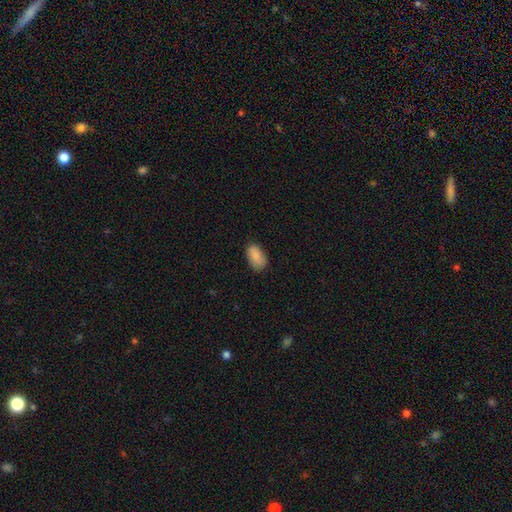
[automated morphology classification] smooth 87%, star or artifact 7%, featured or disk 6%. Down the decision tree: how rounded — in between (93%); merging — none (75%).